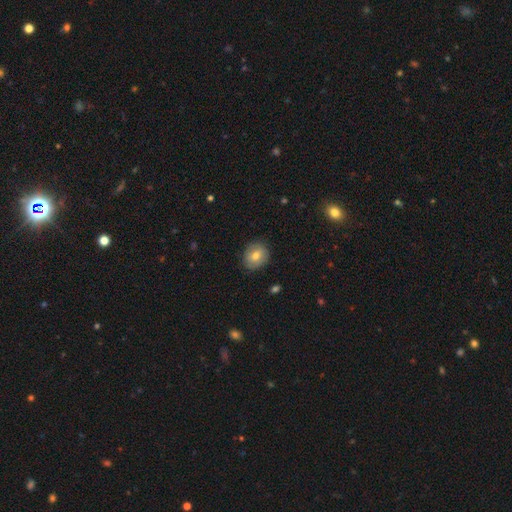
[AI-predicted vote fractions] Smooth or featured? smooth (63%)
How rounded? round (65%)
Merging? none (81%)